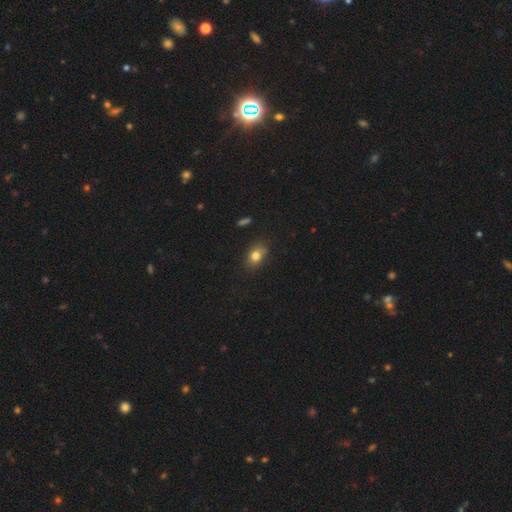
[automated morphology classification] smooth_or_featured: smooth (p=0.78) [alt: star or artifact p=0.11]
how_rounded: in between (p=0.71) [alt: round p=0.27]
merging: none (p=0.79) [alt: minor disturbance p=0.16]